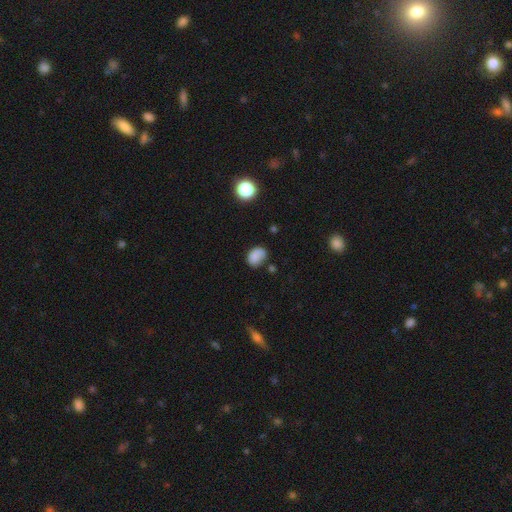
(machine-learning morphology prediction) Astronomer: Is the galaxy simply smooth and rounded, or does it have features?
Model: smooth — 78%.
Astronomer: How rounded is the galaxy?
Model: in between — 62% (runner-up: round, 37%).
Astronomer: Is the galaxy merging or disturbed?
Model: none — 58%.